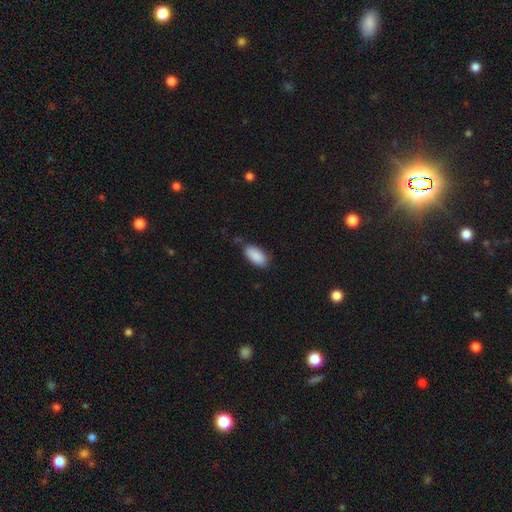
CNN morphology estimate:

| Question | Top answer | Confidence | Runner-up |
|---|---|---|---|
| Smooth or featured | smooth | 89% | star or artifact (7%) |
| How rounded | in between | 93% | cigar-shaped (5%) |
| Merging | none | 70% | minor disturbance (22%) |